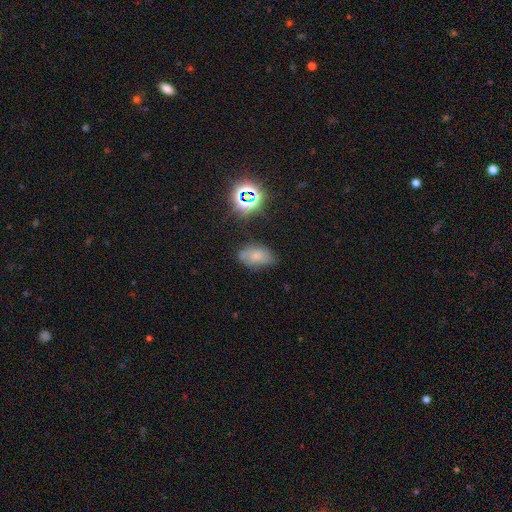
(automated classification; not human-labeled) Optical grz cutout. It shows a smooth galaxy with no disk features (56%) that is in between round and cigar-shaped (88%). Merging: none (61%).